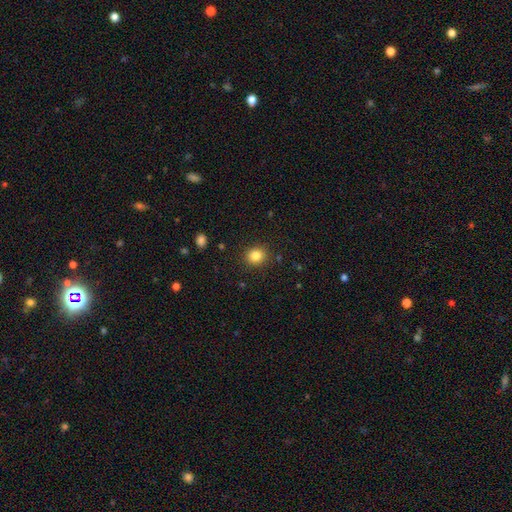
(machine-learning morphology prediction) The model was most divided on "how rounded": round: 73%, in between: 26%, cigar-shaped: 1%. More confident: merging — none (89%); smooth or featured — smooth (83%).